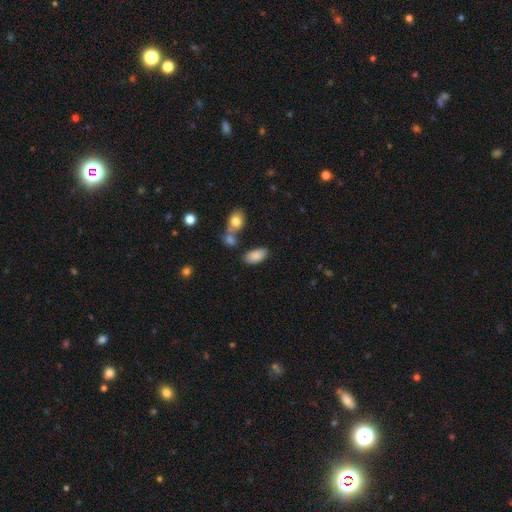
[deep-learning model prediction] Smooth or featured? Predicted: smooth (p=0.85). How rounded? Predicted: in between (p=0.93). Merging? Predicted: none (p=0.69).